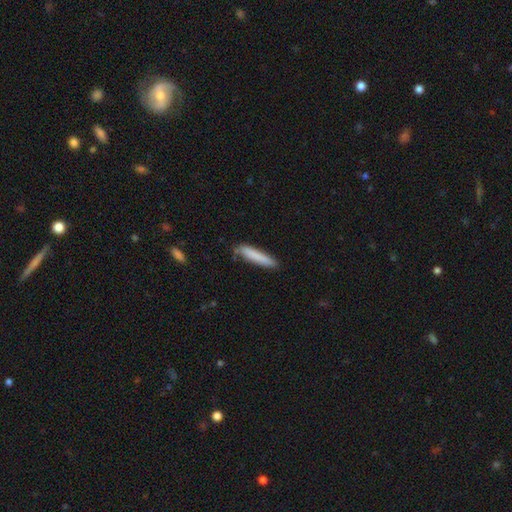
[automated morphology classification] A smooth galaxy with no disk features (82%) that is cigar-shaped (89%). Merging: none (78%).